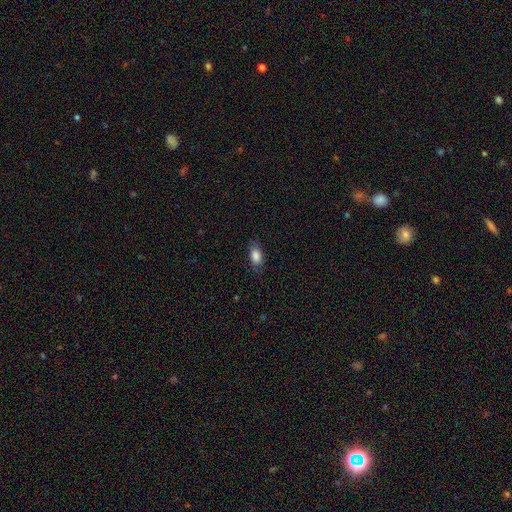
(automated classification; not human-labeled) Overall: smooth (85%). How rounded: in between (87%). Merging: none (78%).